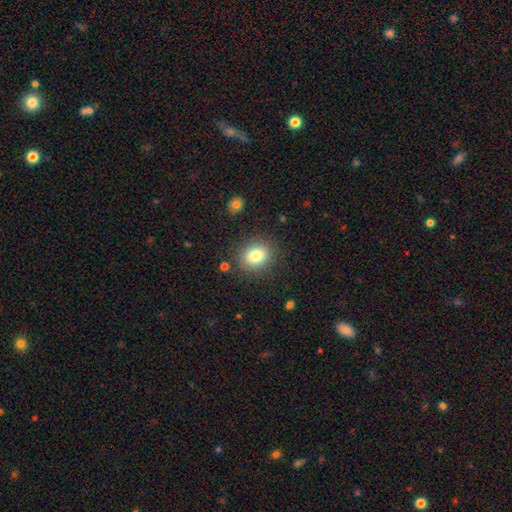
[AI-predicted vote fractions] Overall: smooth (81%). How rounded: round (52%; in between 47%). Merging: none (84%).